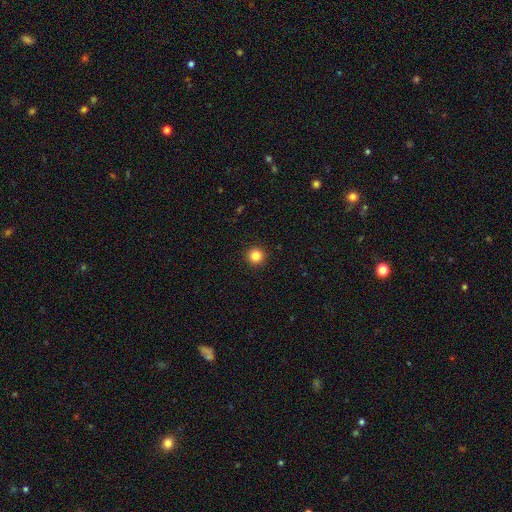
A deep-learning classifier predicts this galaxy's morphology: smooth_or_featured: smooth (p=0.84) [alt: star or artifact p=0.12]
how_rounded: round (p=0.96) [alt: in between p=0.03]
merging: none (p=0.93) [alt: minor disturbance p=0.04]